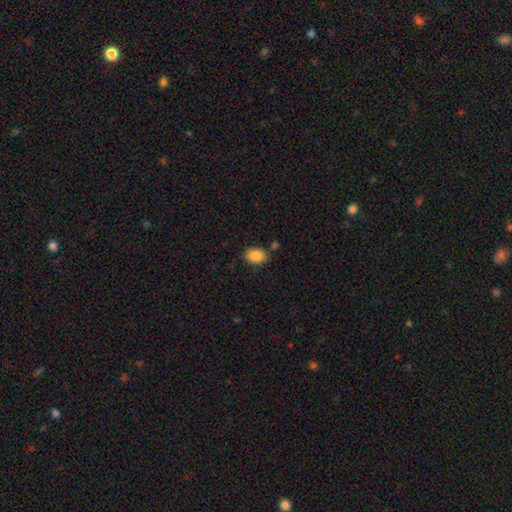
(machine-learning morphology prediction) Smooth or featured: smooth — 87% (star or artifact — 8%)
How rounded: in between — 78% (round — 21%)
Merging: none — 78% (minor disturbance — 13%)